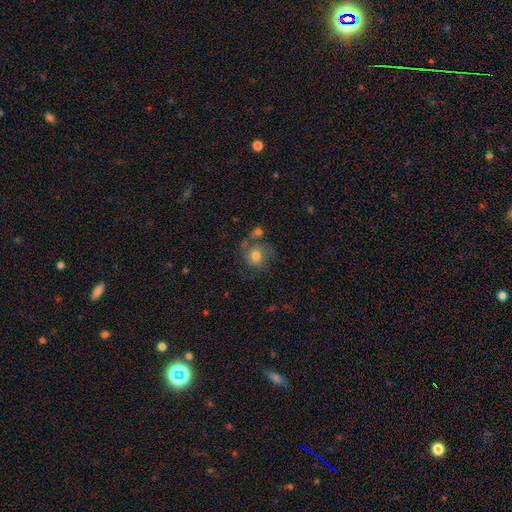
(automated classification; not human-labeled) Smooth or featured? Predicted: smooth (p=0.61). How rounded? Predicted: round (p=0.78). Merging? Predicted: none (p=0.47).